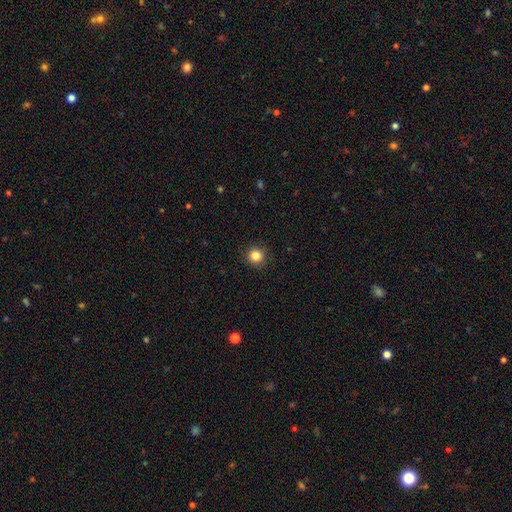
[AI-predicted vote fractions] Overall: smooth (85%). How rounded: round (95%). Merging: none (92%).